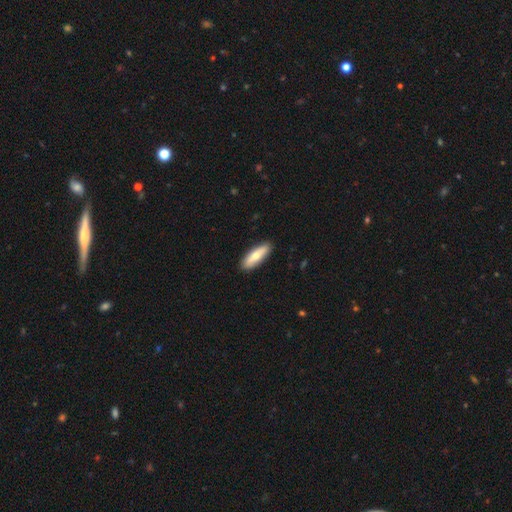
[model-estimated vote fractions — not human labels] Overall: smooth (69%). How rounded: in between (50%; cigar-shaped 48%). Merging: none (89%).